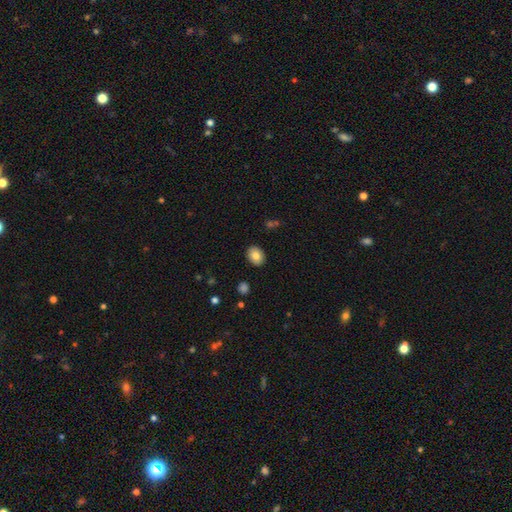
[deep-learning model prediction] smooth-or-featured: smooth: 81% | featured or disk: 11% | star or artifact: 8%
  how-rounded: in between: 55% | round: 44% | cigar-shaped: 1%
  merging: none: 89% | minor disturbance: 8% | major disturbance: 2% | merger: 1%